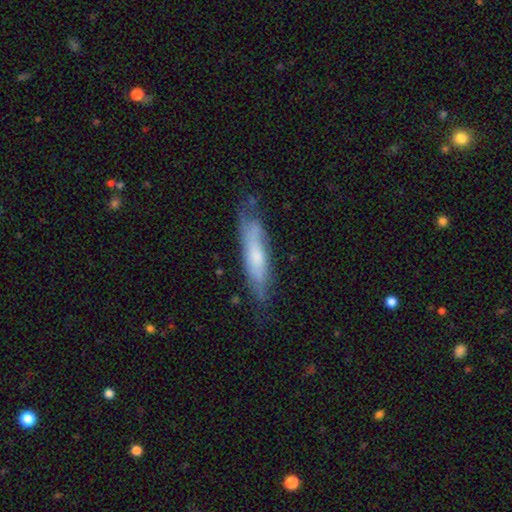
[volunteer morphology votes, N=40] Volunteers were most divided on "smooth or featured": smooth: 60%, featured or disk: 35%, star or artifact: 5%. More confident: how rounded — cigar-shaped (71%); merging — none (58%).